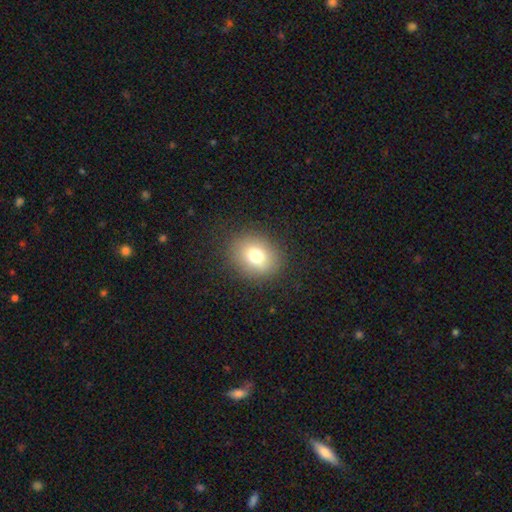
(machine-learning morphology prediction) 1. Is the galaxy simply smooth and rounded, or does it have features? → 75% smooth, 13% star or artifact, 12% featured or disk.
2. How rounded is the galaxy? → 60% round, 39% in between, 1% cigar-shaped.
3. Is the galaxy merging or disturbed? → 86% none, 9% minor disturbance, 4% major disturbance, 1% merger.